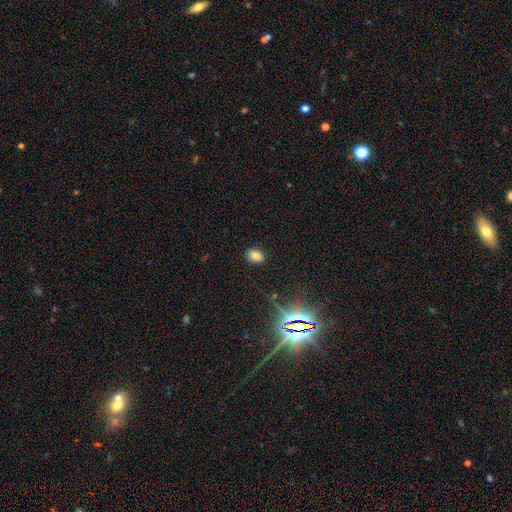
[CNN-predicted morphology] Overall: smooth (78%). How rounded: in between (71%). Merging: none (87%).